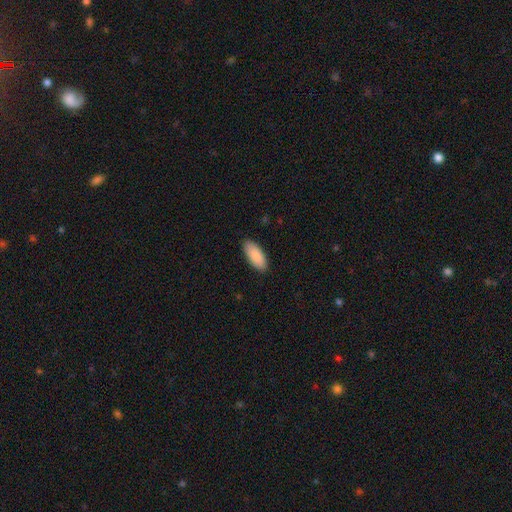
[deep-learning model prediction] Smooth or featured? smooth (91%)
How rounded? in between (85%)
Merging? none (89%)